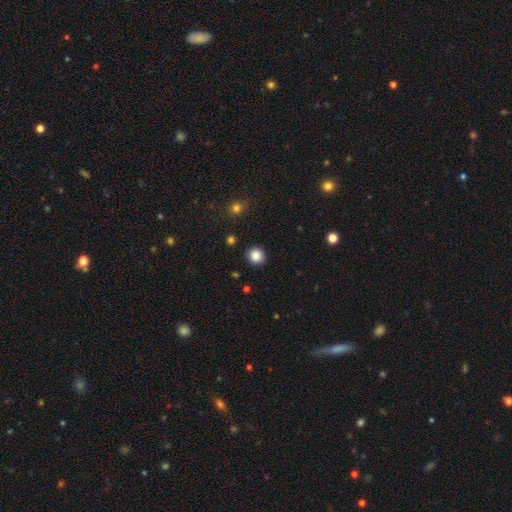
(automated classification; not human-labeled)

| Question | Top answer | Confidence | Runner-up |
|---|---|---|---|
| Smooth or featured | smooth | 87% | star or artifact (10%) |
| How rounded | round | 89% | in between (10%) |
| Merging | none | 90% | minor disturbance (6%) |